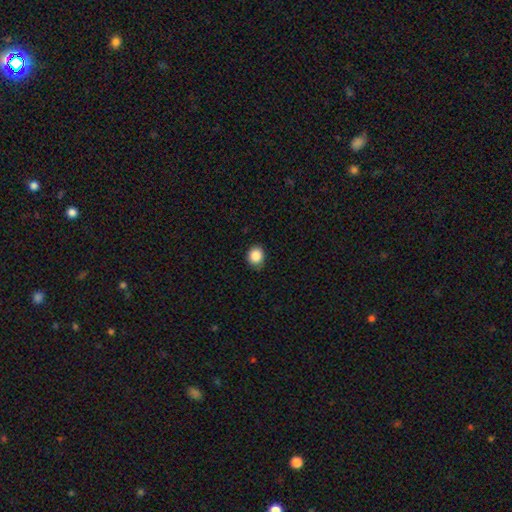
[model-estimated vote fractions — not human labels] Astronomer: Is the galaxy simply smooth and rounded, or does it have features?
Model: smooth — 87%.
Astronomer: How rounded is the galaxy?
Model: round — 74%.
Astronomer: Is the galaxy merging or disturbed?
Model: none — 85%.